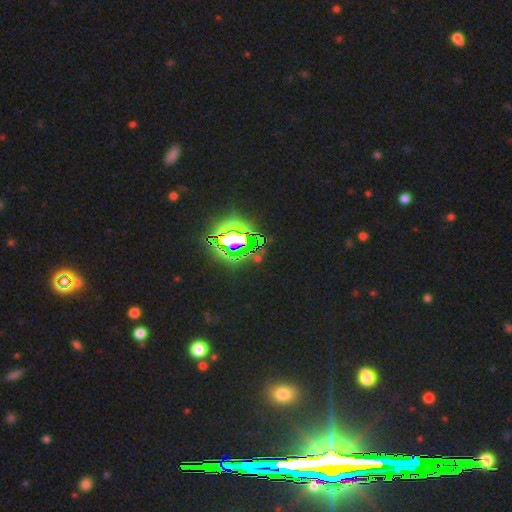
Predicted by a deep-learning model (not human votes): Morphology: type=star or artifact (82%).